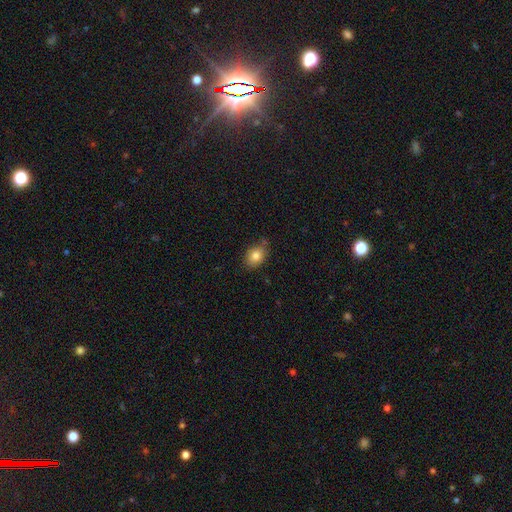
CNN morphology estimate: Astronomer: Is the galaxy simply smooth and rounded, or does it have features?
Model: smooth — 83%.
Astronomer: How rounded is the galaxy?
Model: in between — 66%.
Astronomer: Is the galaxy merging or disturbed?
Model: none — 74%.